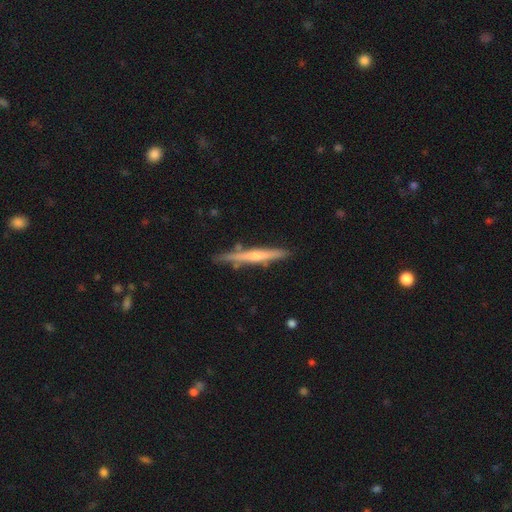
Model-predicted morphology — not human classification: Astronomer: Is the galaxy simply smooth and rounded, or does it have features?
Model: featured or disk — 57% (runner-up: smooth, 37%).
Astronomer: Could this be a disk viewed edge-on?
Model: yes — 97%.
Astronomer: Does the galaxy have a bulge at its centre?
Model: rounded — 48% (runner-up: none, 41%).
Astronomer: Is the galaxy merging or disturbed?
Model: none — 84%.